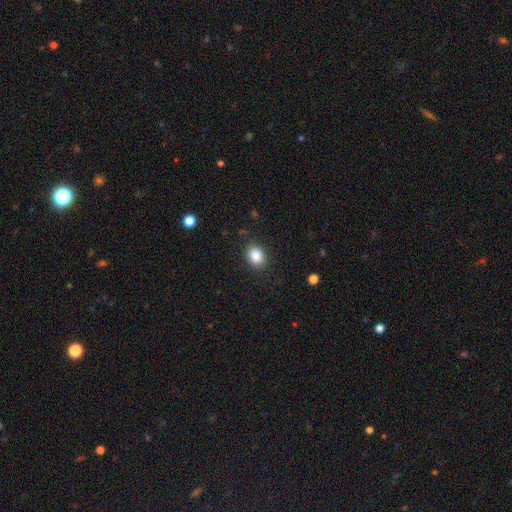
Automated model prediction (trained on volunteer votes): Smooth or featured?
  - smooth: 86% *
  - star or artifact: 9%
  - featured or disk: 5%
How rounded?
  - in between: 53% *
  - round: 46%
  - cigar-shaped: 1%
Merging?
  - none: 86% *
  - minor disturbance: 10%
  - major disturbance: 3%
  - merger: 1%